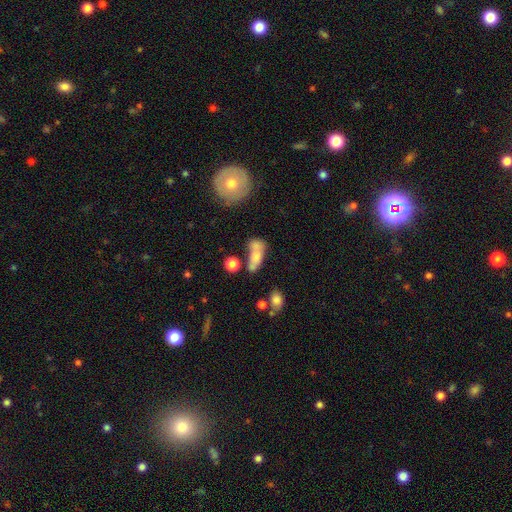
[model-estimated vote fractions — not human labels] Smooth or featured?
  - smooth: 67% *
  - featured or disk: 22%
  - star or artifact: 10%
How rounded?
  - in between: 72% *
  - cigar-shaped: 17%
  - round: 11%
Merging?
  - merger: 41% *
  - none: 29%
  - minor disturbance: 16%
  - major disturbance: 14%